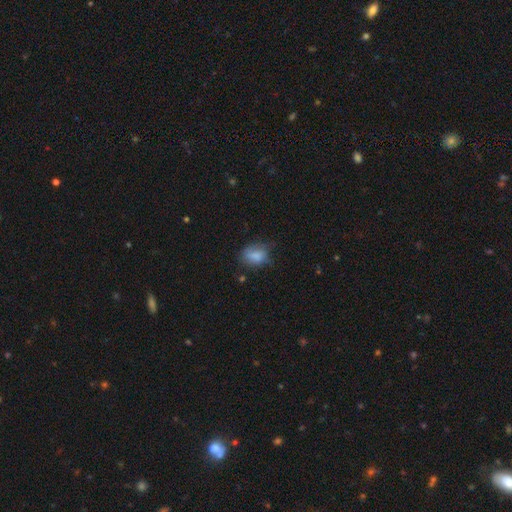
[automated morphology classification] A smooth galaxy with no disk features (76%) that is in between round and cigar-shaped (71%).

Vote fractions:
- Smooth or featured? smooth: 76% / featured or disk: 15% / star or artifact: 9%
- How rounded? in between: 71% / round: 27% / cigar-shaped: 2%
- Merging? none: 53% / minor disturbance: 32% / major disturbance: 12% / merger: 3%